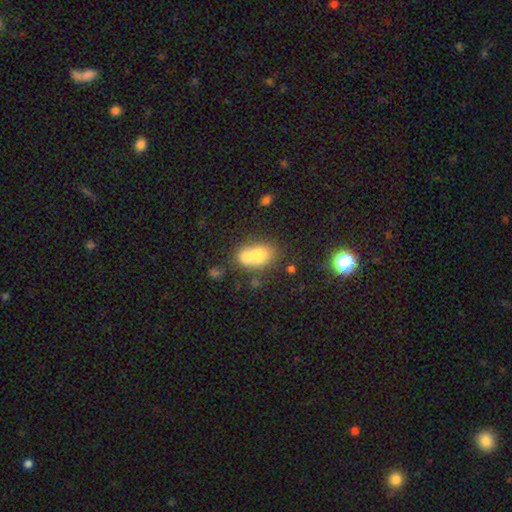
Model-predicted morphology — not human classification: The model was most divided on "how rounded": in between: 64%, round: 34%, cigar-shaped: 2%. More confident: smooth or featured — smooth (71%); merging — merger (60%).